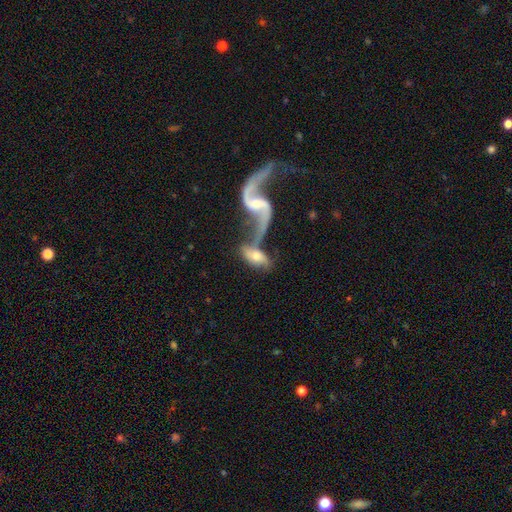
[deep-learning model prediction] Q: Smooth or featured?
A: featured or disk (59%); runner-up: smooth (34%)
Q: Edge-on disk?
A: no (90%); runner-up: yes (10%)
Q: Bar?
A: no (50%); runner-up: weak (38%)
Q: Spiral arms?
A: yes (73%); runner-up: no (27%)
Q: Bulge size?
A: moderate (45%); runner-up: small (35%)
Q: Merging?
A: merger (62%); runner-up: none (17%)